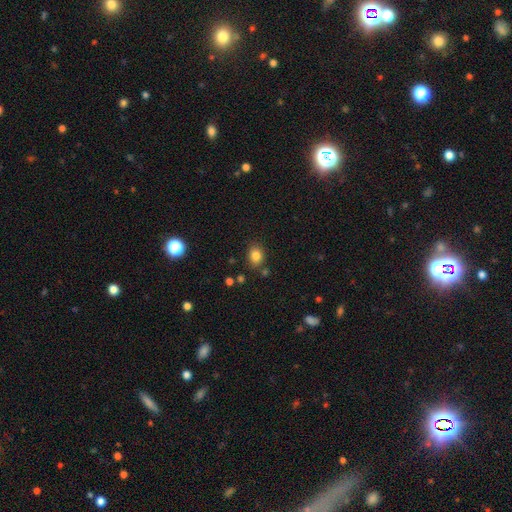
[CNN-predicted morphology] type=smooth (82%); roundness=in between (52%); merging=none (80%).